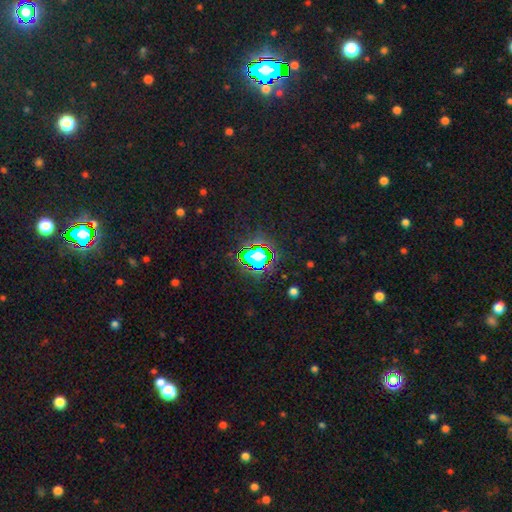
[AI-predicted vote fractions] Smooth or featured? Predicted: star or artifact (p=0.66).